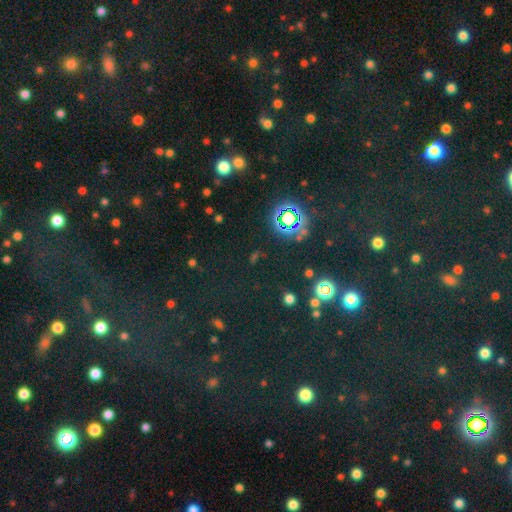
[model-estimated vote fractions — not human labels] Smooth or featured: star or artifact — 72% (smooth — 19%)